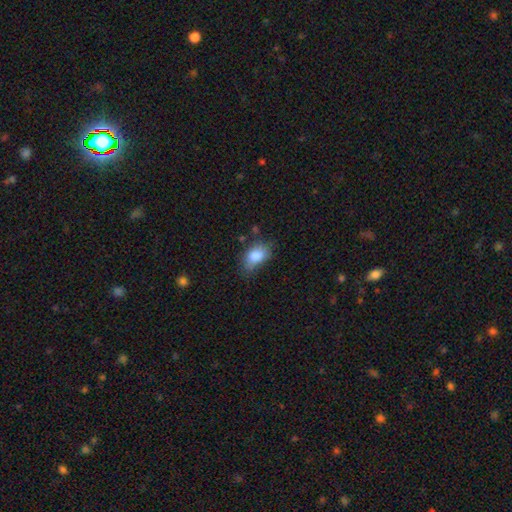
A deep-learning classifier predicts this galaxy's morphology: smooth-or-featured: smooth: 84% | featured or disk: 8% | star or artifact: 8%
  how-rounded: in between: 87% | round: 11% | cigar-shaped: 2%
  merging: none: 50% | minor disturbance: 34% | major disturbance: 12% | merger: 5%